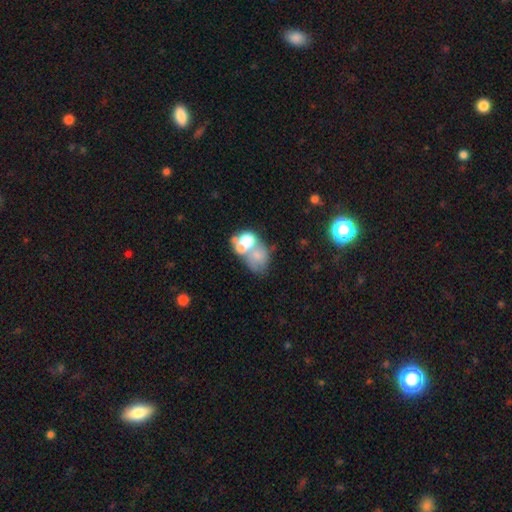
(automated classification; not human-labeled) Smooth or featured? smooth (50%)
How rounded? in between (61%)
Merging? merger (59%)